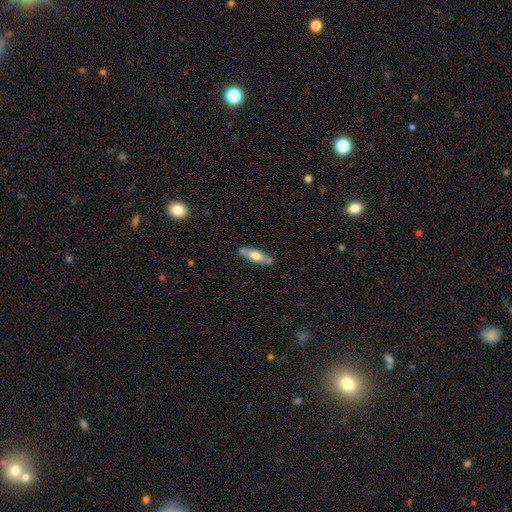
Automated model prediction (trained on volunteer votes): Overall: smooth (51%; featured or disk 44%). How rounded: cigar-shaped (56%; in between 42%). Merging: none (83%).